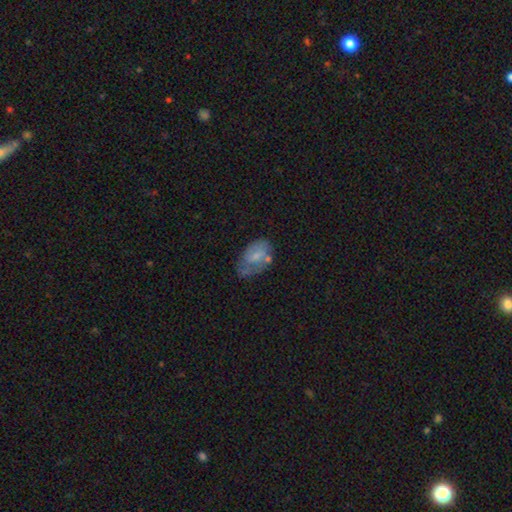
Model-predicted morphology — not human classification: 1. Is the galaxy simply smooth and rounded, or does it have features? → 53% smooth, 39% featured or disk, 8% star or artifact.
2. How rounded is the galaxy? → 88% in between, 10% round, 2% cigar-shaped.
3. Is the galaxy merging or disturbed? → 40% none, 33% minor disturbance, 19% major disturbance, 8% merger.